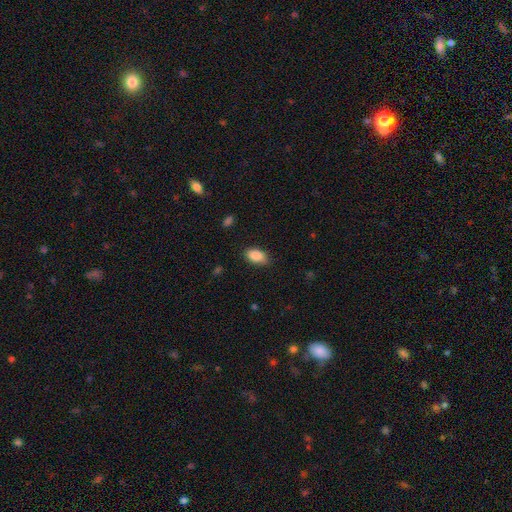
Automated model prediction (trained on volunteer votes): Smooth or featured? smooth (88%)
How rounded? in between (92%)
Merging? none (82%)